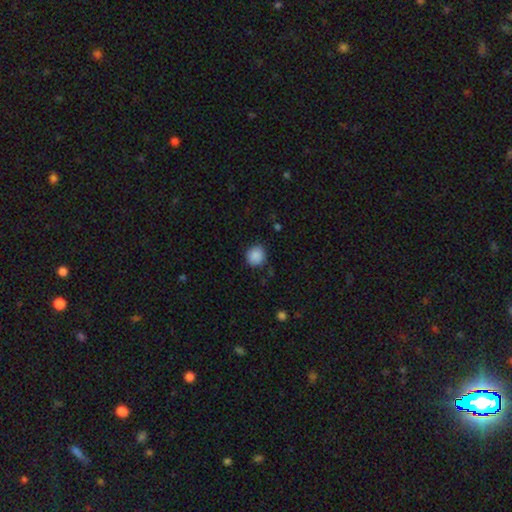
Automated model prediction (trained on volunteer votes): Overall: smooth (89%). How rounded: round (88%). Merging: none (86%).